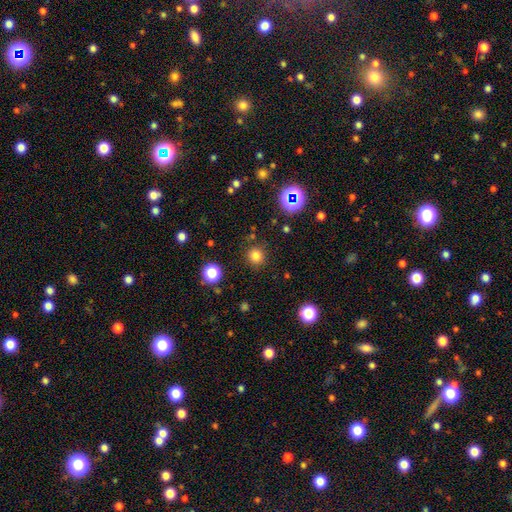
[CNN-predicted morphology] Smooth or featured? Predicted: smooth (p=0.78). How rounded? Predicted: round (p=0.92). Merging? Predicted: none (p=0.87).